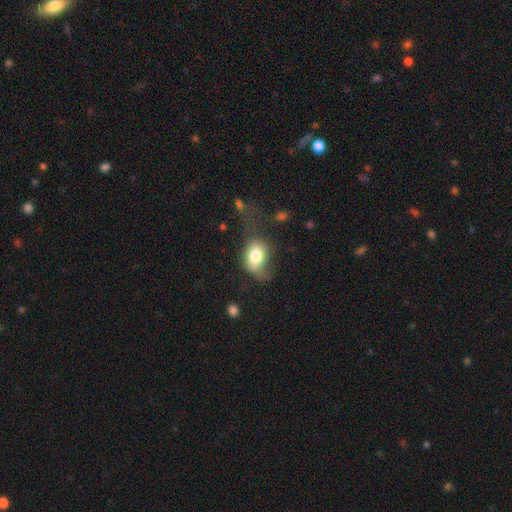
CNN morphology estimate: smooth 74%, featured or disk 17%, star or artifact 8%. Down the decision tree: how rounded — in between (67%); merging — major disturbance (37%).